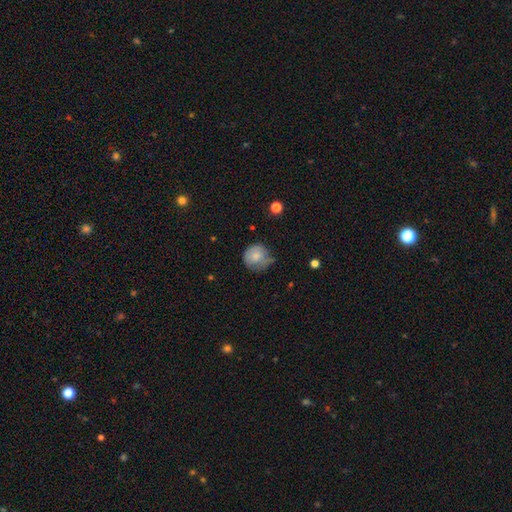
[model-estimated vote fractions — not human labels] A smooth galaxy with no disk features (75%) that is round (87%).

Vote fractions:
- Smooth or featured? smooth: 75% / featured or disk: 17% / star or artifact: 8%
- How rounded? round: 87% / in between: 12% / cigar-shaped: 1%
- Merging? none: 46% / minor disturbance: 39% / major disturbance: 12% / merger: 3%